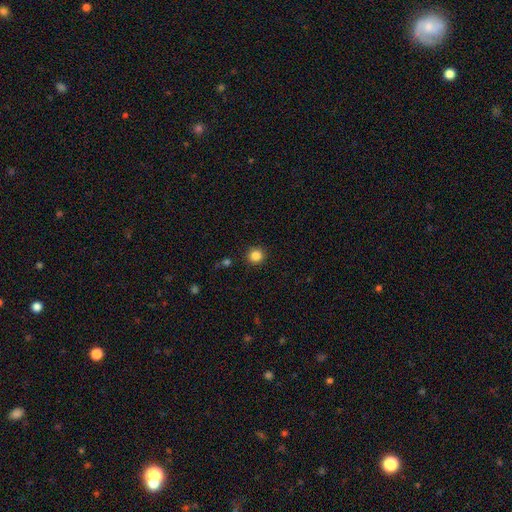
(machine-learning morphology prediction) Smooth or featured?
  - smooth: 84% *
  - star or artifact: 12%
  - featured or disk: 4%
How rounded?
  - round: 94% *
  - in between: 5%
  - cigar-shaped: 1%
Merging?
  - none: 91% *
  - minor disturbance: 5%
  - major disturbance: 2%
  - merger: 2%